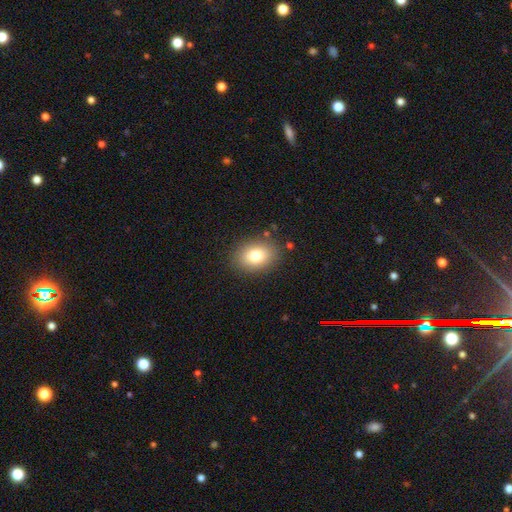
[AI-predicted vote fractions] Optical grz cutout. It shows a smooth galaxy with no disk features (79%) that is in between round and cigar-shaped (65%). Merging: none (87%).